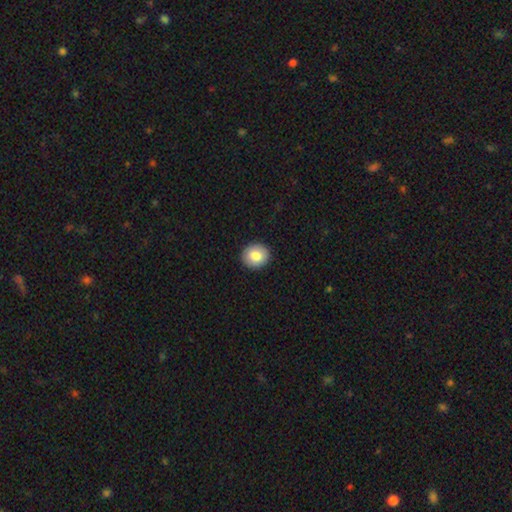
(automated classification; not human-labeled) A smooth galaxy with no disk features (84%) that is round (84%). Merging: none (92%).